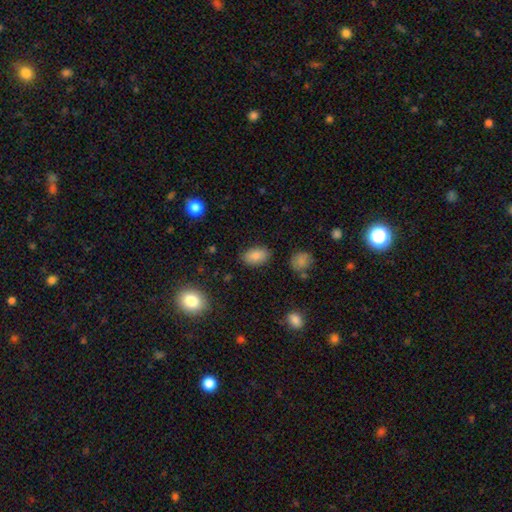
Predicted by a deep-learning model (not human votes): Smooth or featured? Predicted: smooth (p=0.85). How rounded? Predicted: in between (p=0.90). Merging? Predicted: none (p=0.85).